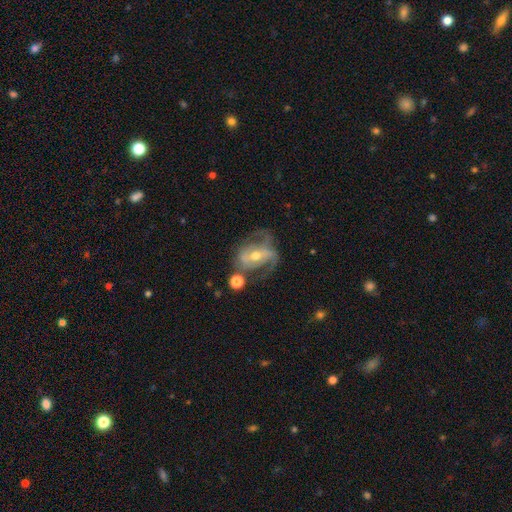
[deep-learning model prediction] Smooth or featured? Predicted: featured or disk (p=0.81). Edge-on disk? Predicted: no (p=0.96). Bar? Predicted: weak (p=0.38). Spiral arms? Predicted: yes (p=0.85). Spiral winding? Predicted: medium (p=0.45). Spiral arm count? Predicted: 2 (p=0.65). Bulge size? Predicted: moderate (p=0.61). Merging? Predicted: none (p=0.47).